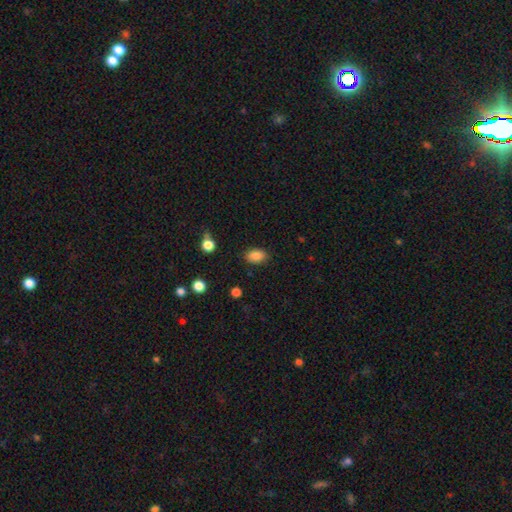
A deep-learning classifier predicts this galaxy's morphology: The model was most divided on "how rounded": in between: 82%, round: 17%, cigar-shaped: 1%. More confident: smooth or featured — smooth (86%); merging — none (85%).